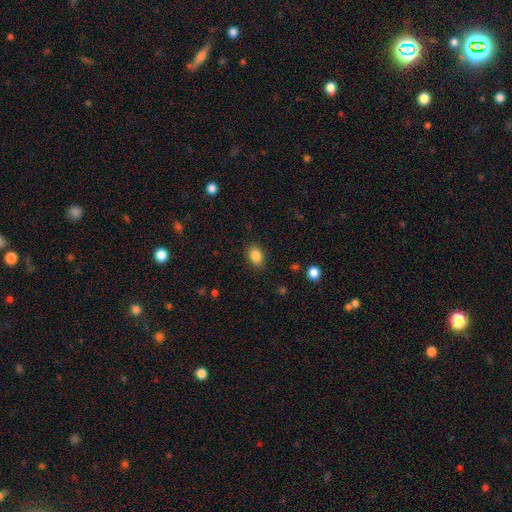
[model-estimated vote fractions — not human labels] This is clearly a smooth galaxy (86%). How rounded: clearly in between (80%). Merging: clearly none (87%).